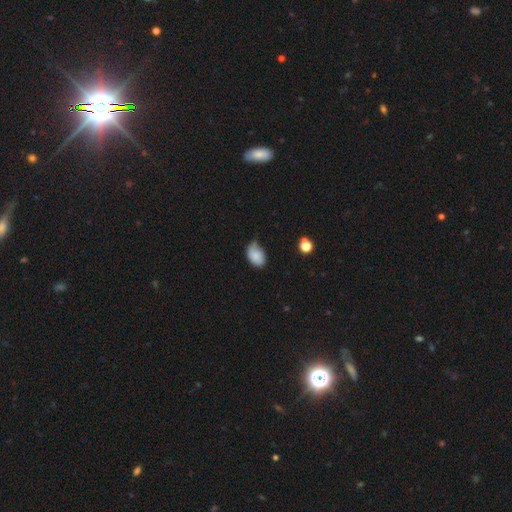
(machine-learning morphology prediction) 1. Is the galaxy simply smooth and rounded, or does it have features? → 81% smooth, 11% featured or disk, 9% star or artifact.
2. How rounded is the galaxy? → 80% in between, 19% round, 1% cigar-shaped.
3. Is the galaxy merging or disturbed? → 47% minor disturbance, 37% none, 13% major disturbance, 3% merger.